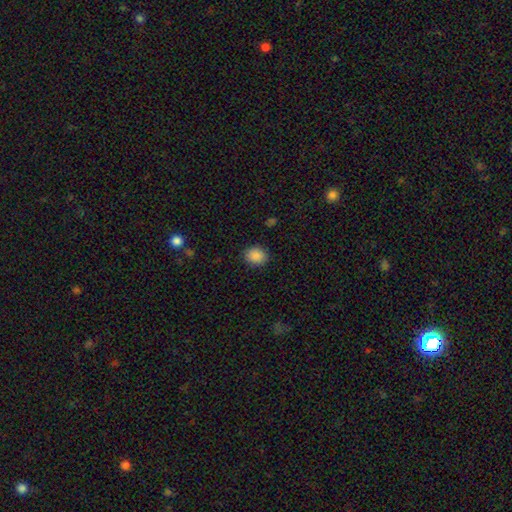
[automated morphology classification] Smooth or featured?
  - smooth: 88% *
  - star or artifact: 9%
  - featured or disk: 3%
How rounded?
  - round: 56% *
  - in between: 44%
  - cigar-shaped: 1%
Merging?
  - none: 88% *
  - minor disturbance: 9%
  - major disturbance: 3%
  - merger: 1%